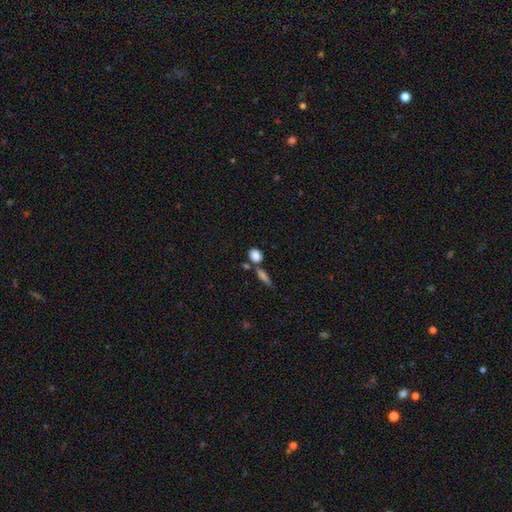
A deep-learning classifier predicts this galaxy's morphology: smooth_or_featured: smooth (p=0.84) [alt: star or artifact p=0.09]
how_rounded: in between (p=0.49) [alt: round p=0.45]
merging: none (p=0.56) [alt: merger p=0.27]